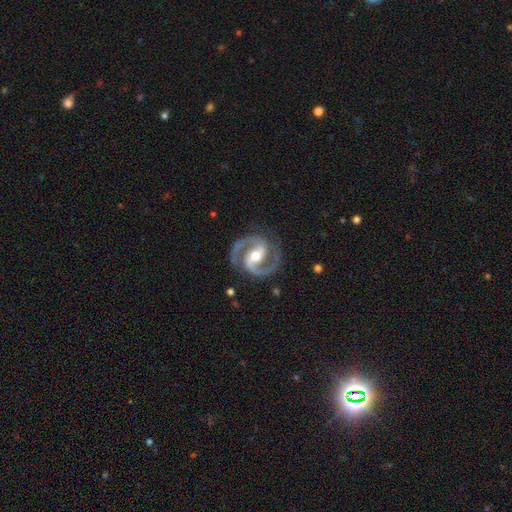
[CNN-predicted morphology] Smooth or featured? Predicted: featured or disk (p=0.94). Edge-on disk? Predicted: no (p=0.98). Bar? Predicted: strong (p=0.45). Spiral arms? Predicted: yes (p=0.98). Spiral winding? Predicted: medium (p=0.64). Spiral arm count? Predicted: 2 (p=0.95). Bulge size? Predicted: moderate (p=0.75). Merging? Predicted: none (p=0.85).